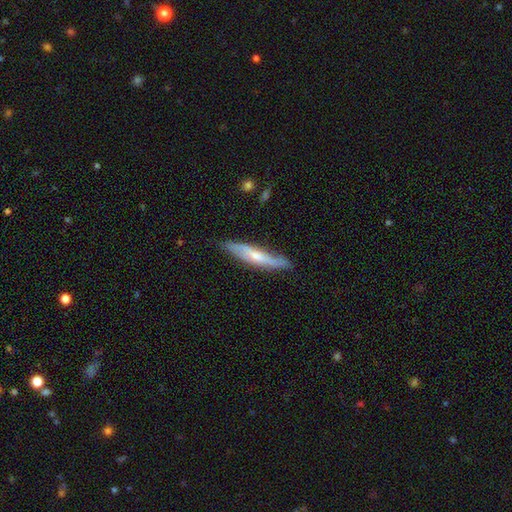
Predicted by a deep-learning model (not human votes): Smooth or featured: featured or disk — 58% (smooth — 36%)
Edge-on disk: yes — 65% (no — 35%)
Merging: none — 77% (minor disturbance — 18%)